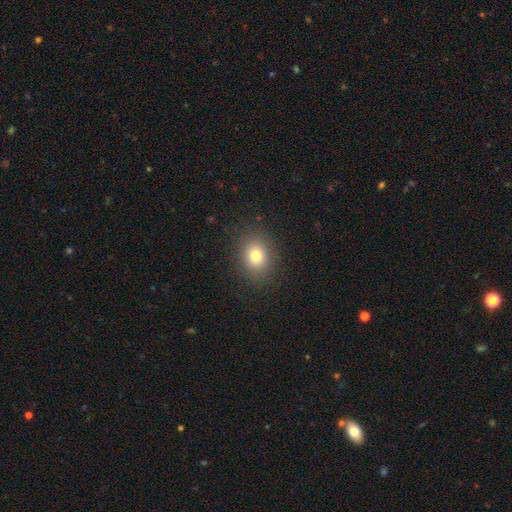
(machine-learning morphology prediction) Overall: smooth (78%). How rounded: round (54%; in between 45%). Merging: none (87%).